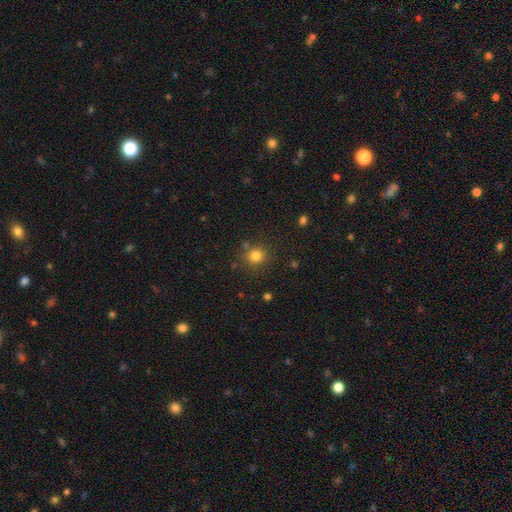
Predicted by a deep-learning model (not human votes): Q: Smooth or featured?
A: smooth (80%); runner-up: star or artifact (14%)
Q: How rounded?
A: round (90%); runner-up: in between (9%)
Q: Merging?
A: none (81%); runner-up: minor disturbance (9%)